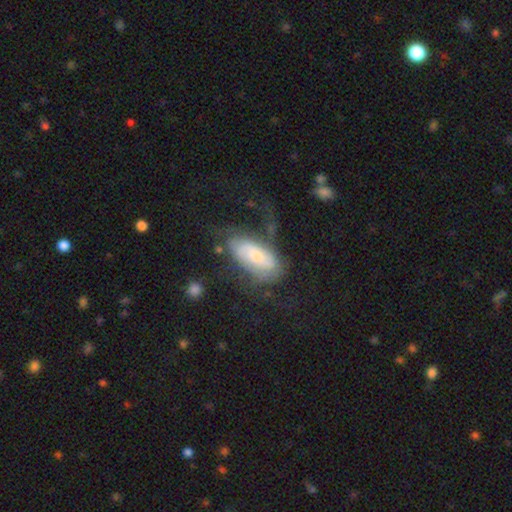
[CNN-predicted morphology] Q: Smooth or featured?
A: featured or disk (54%); runner-up: smooth (39%)
Q: Edge-on disk?
A: no (87%); runner-up: yes (13%)
Q: Merging?
A: none (44%); runner-up: major disturbance (29%)